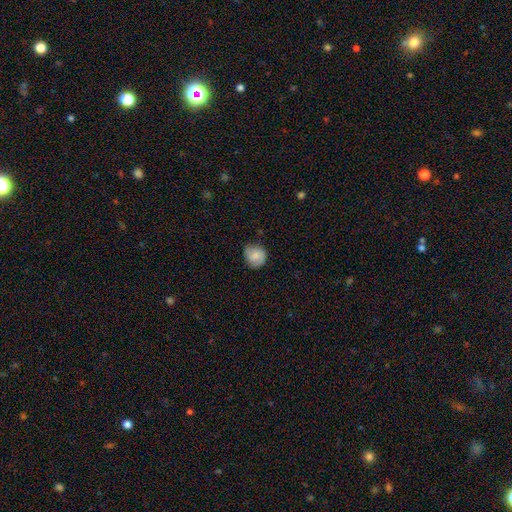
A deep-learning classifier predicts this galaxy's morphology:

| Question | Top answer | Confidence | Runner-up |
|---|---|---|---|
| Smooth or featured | smooth | 77% | featured or disk (16%) |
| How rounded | round | 82% | in between (17%) |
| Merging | none | 68% | minor disturbance (26%) |